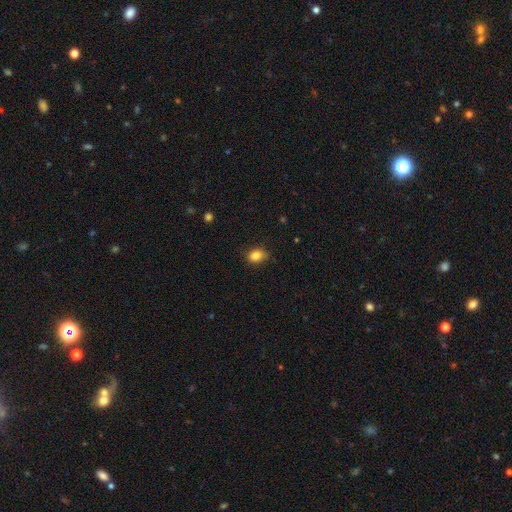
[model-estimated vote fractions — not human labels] Q: Smooth or featured?
A: smooth (85%); runner-up: star or artifact (10%)
Q: How rounded?
A: in between (61%); runner-up: round (37%)
Q: Merging?
A: none (77%); runner-up: minor disturbance (18%)